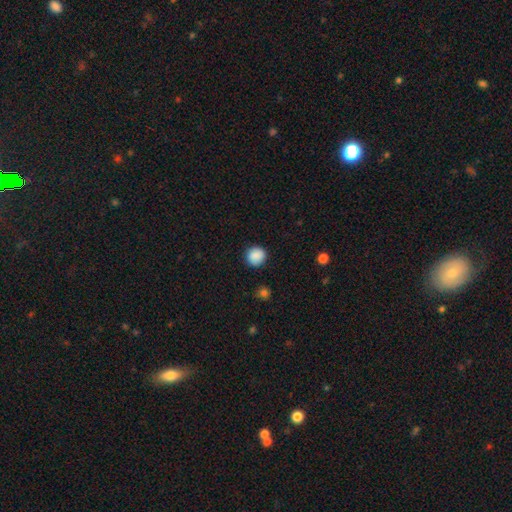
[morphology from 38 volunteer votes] Smooth or featured? 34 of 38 (89%) said smooth. How rounded? 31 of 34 (91%) said round. Merging? 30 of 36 (83%) said none.